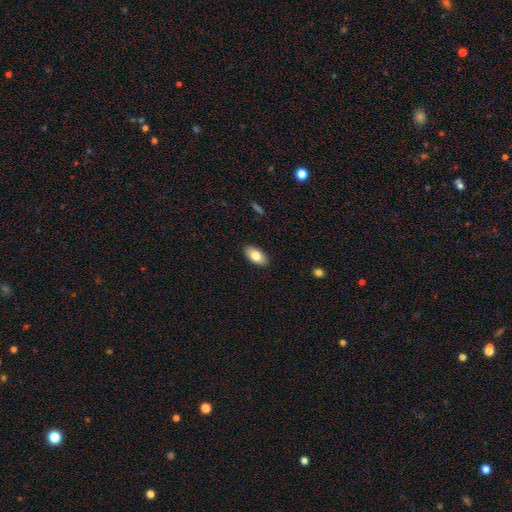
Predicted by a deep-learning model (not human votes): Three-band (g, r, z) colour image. It shows a smooth galaxy with no disk features (81%) that is in between round and cigar-shaped (94%). Merging: none (90%).